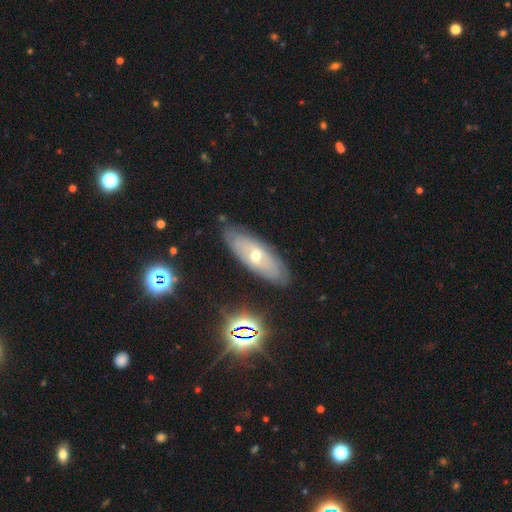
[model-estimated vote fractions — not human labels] Smooth or featured?
  - featured or disk: 57% *
  - smooth: 31%
  - star or artifact: 12%
Edge-on disk?
  - no: 73% *
  - yes: 27%
Merging?
  - none: 82% *
  - minor disturbance: 13%
  - major disturbance: 3%
  - merger: 2%